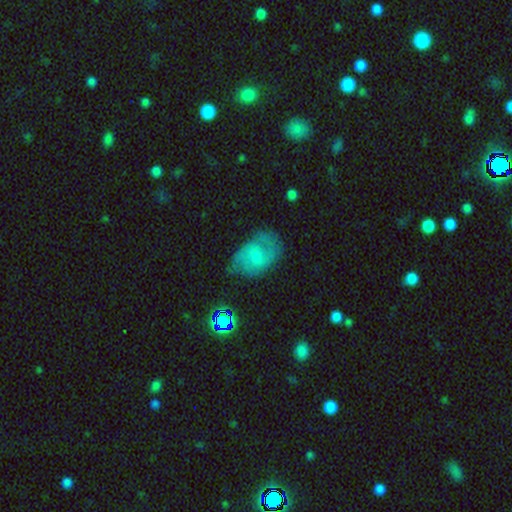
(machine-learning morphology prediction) Smooth or featured? Predicted: featured or disk (p=0.56). Edge-on disk? Predicted: no (p=0.97). Bar? Predicted: weak (p=0.48). Spiral arms? Predicted: yes (p=0.84). Bulge size? Predicted: small (p=0.49). Merging? Predicted: none (p=0.59).